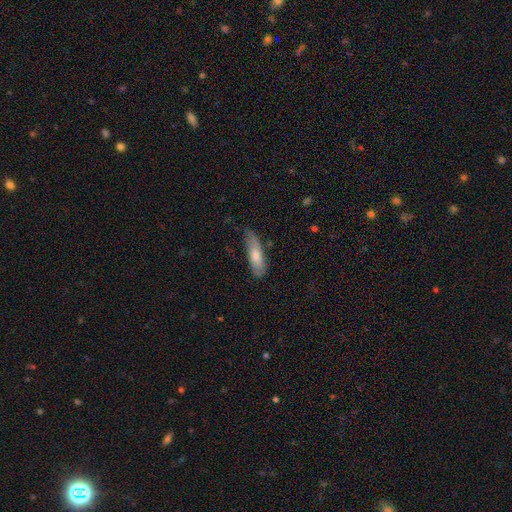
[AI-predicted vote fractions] Q: Smooth or featured?
A: smooth (67%); runner-up: featured or disk (27%)
Q: How rounded?
A: cigar-shaped (62%); runner-up: in between (37%)
Q: Merging?
A: none (65%); runner-up: minor disturbance (28%)